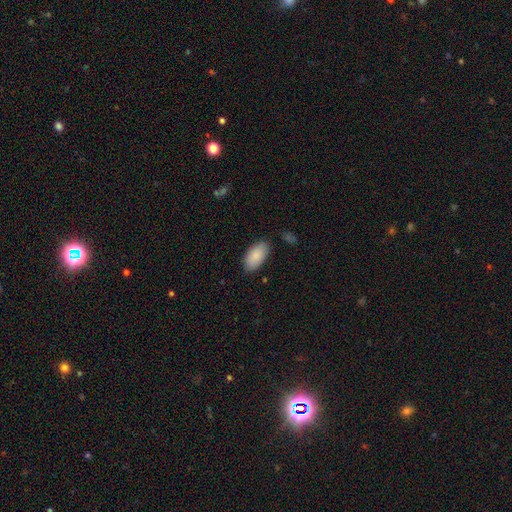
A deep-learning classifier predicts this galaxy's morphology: A smooth galaxy with no disk features (88%) that is in between round and cigar-shaped (95%). Merging: none (83%).